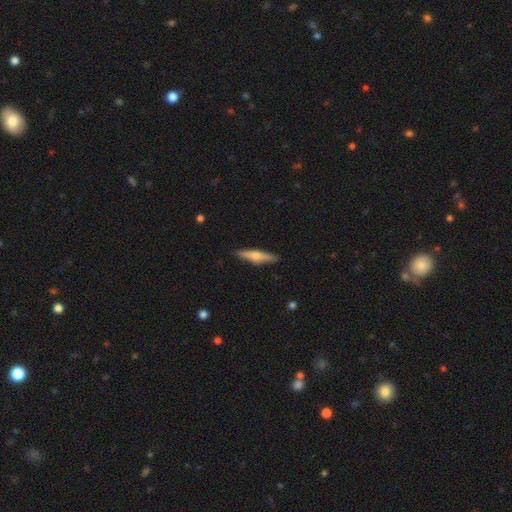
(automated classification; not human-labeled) A featured or disk galaxy (51%) viewed edge-on (95%). Merging: none (89%).